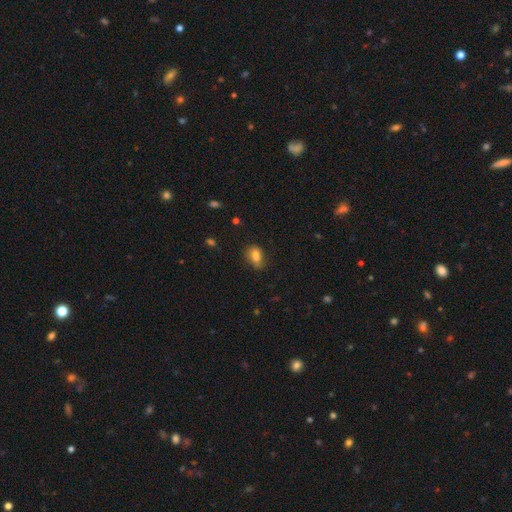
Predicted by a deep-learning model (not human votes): Overall: smooth (77%). How rounded: in between (77%). Merging: none (47%; minor disturbance 27%).